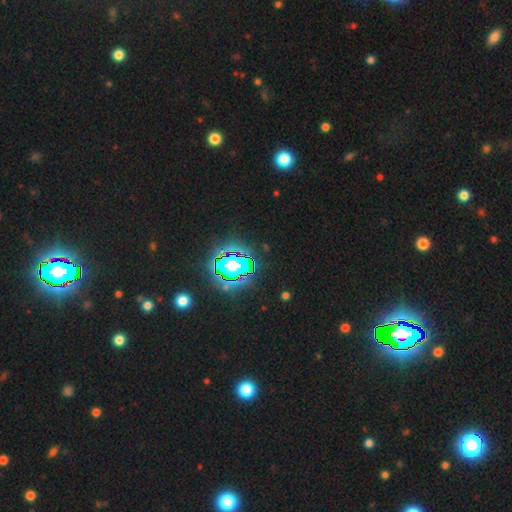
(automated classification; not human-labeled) Morphology: type=star or artifact (81%).